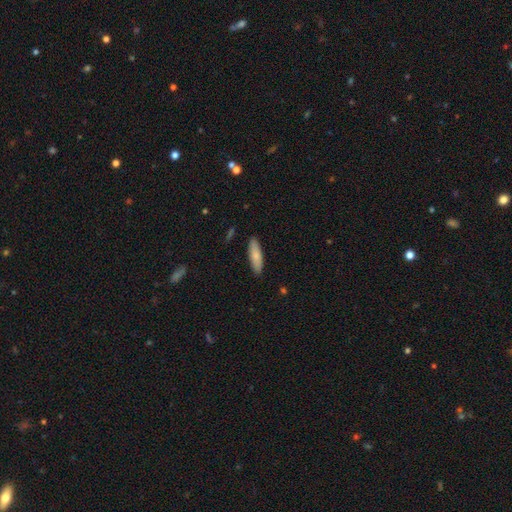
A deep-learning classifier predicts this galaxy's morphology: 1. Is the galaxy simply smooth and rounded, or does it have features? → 81% smooth, 14% featured or disk, 6% star or artifact.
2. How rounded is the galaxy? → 62% cigar-shaped, 37% in between, 2% round.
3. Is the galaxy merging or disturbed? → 89% none, 8% minor disturbance, 2% major disturbance, 1% merger.